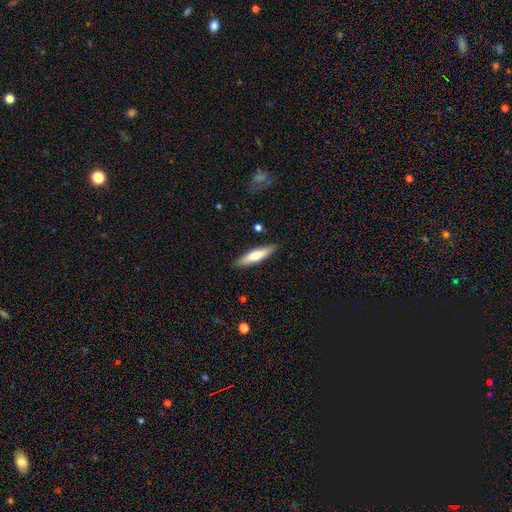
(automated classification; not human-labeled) Smooth or featured? smooth (60%)
How rounded? cigar-shaped (76%)
Merging? none (87%)